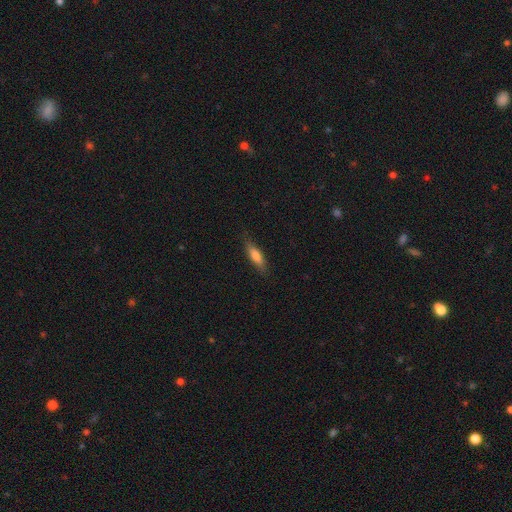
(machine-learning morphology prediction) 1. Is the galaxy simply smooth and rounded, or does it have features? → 74% smooth, 20% featured or disk, 6% star or artifact.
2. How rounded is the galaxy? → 62% cigar-shaped, 36% in between, 2% round.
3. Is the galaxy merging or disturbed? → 81% none, 15% minor disturbance, 3% major disturbance, 1% merger.